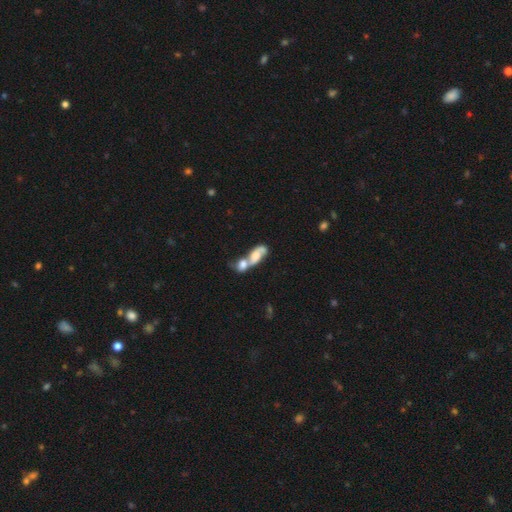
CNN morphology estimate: This appears to be a featured or disk galaxy (49%). Merging: merger (76%).